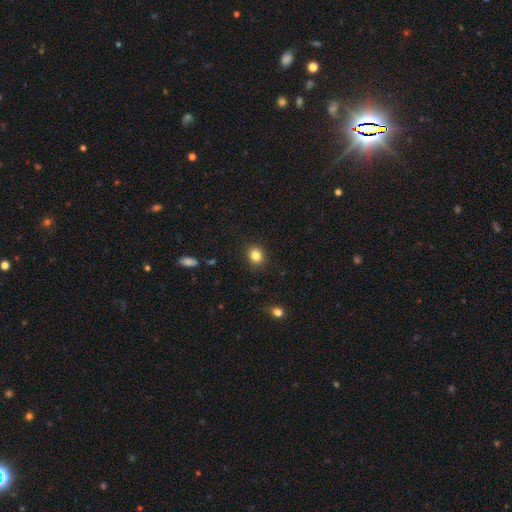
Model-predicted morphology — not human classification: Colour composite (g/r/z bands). It shows a smooth galaxy with no disk features (84%) that is round (71%). Merging: none (89%).